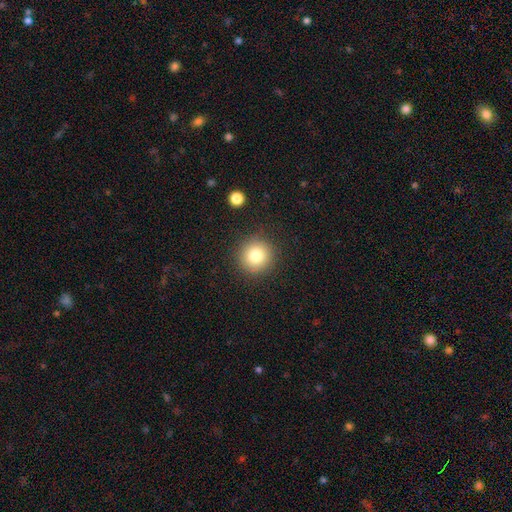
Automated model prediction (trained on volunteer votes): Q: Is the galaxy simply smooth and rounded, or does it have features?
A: smooth — 80%.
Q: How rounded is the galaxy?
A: round — 93%.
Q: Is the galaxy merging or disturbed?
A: none — 88%.